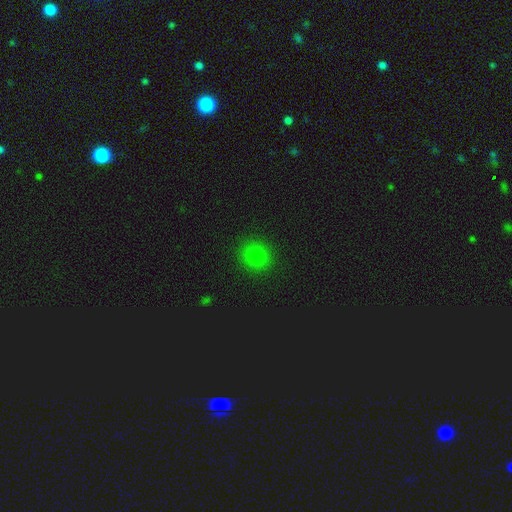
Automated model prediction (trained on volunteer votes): This is likely a smooth galaxy (79%). How rounded: clearly round (84%). Merging: clearly none (90%).